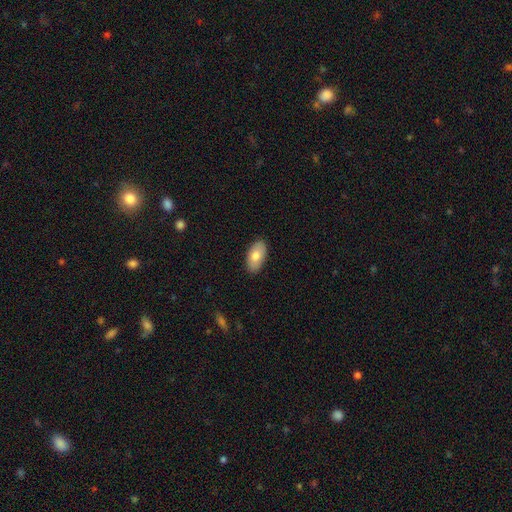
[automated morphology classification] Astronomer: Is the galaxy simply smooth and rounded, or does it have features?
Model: smooth — 76%.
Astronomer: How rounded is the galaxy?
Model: in between — 95%.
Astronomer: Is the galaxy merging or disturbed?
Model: none — 88%.